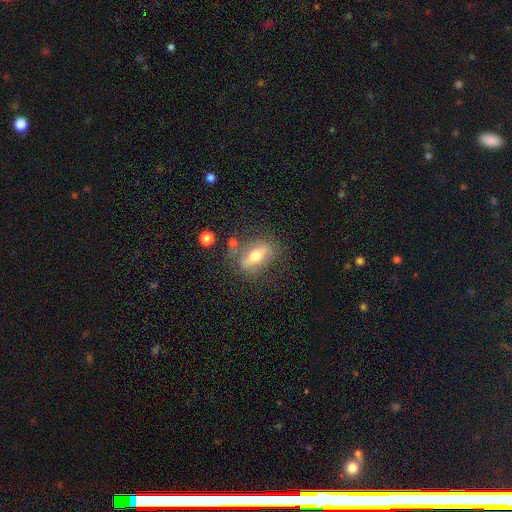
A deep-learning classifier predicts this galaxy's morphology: The model was most divided on "edge-on disk": yes: 55%, no: 45%. More confident: merging — none (71%); smooth or featured — featured or disk (57%).